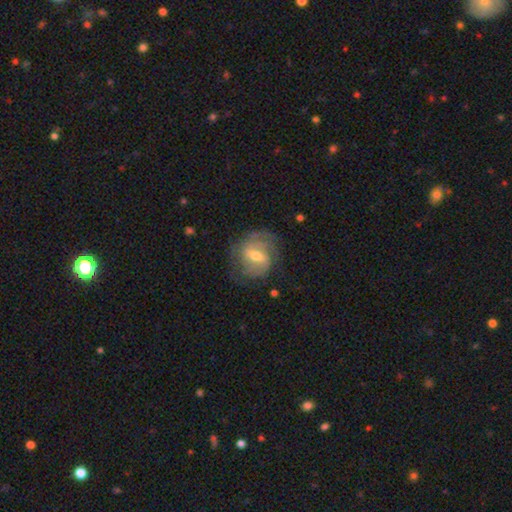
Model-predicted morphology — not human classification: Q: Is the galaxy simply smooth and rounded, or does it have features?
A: featured or disk — 76%.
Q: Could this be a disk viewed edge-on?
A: no — 96%.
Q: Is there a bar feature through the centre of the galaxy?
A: weak — 53%.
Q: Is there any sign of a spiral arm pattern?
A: yes — 89%.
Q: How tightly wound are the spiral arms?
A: medium — 41%.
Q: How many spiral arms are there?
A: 2 — 52%.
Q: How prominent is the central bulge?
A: moderate — 64%.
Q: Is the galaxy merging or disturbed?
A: none — 67%.